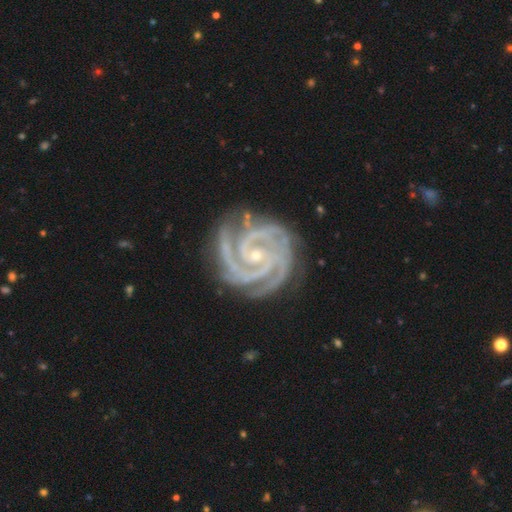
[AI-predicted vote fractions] Q: Smooth or featured?
A: featured or disk (94%); runner-up: star or artifact (4%)
Q: Edge-on disk?
A: no (98%); runner-up: yes (2%)
Q: Bar?
A: no (55%); runner-up: weak (27%)
Q: Spiral arms?
A: yes (99%); runner-up: no (1%)
Q: Spiral winding?
A: tight (77%); runner-up: medium (21%)
Q: Spiral arm count?
A: 3 (46%); runner-up: 2 (21%)
Q: Bulge size?
A: small (77%); runner-up: moderate (20%)
Q: Merging?
A: none (76%); runner-up: minor disturbance (17%)